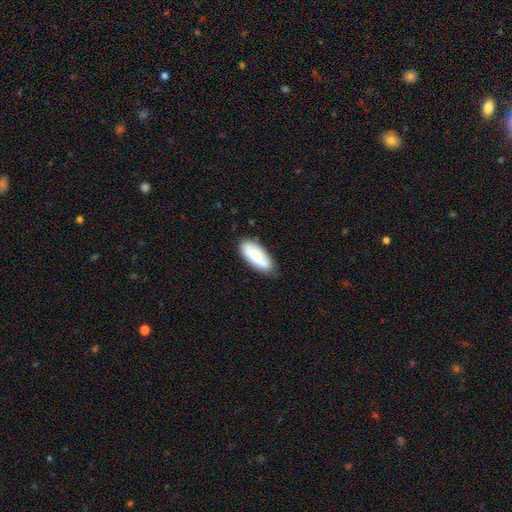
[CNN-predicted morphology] Overall: smooth (76%). How rounded: in between (81%). Merging: none (74%).